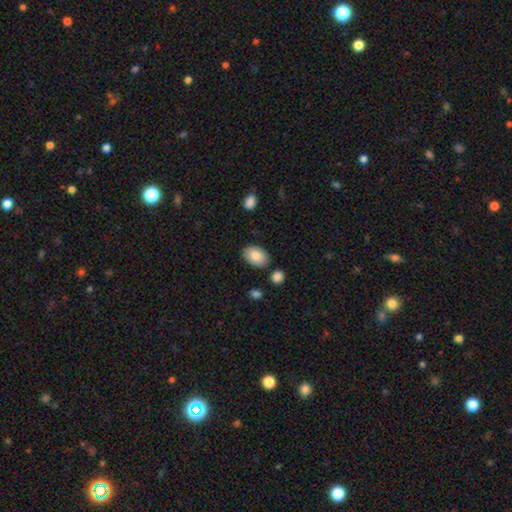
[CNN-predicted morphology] This is clearly a smooth galaxy (84%). How rounded: clearly in between (89%). Merging: clearly none (83%).